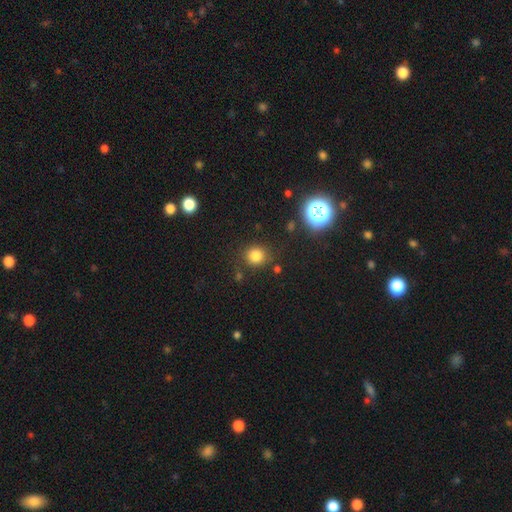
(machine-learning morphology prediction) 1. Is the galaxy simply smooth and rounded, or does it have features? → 79% smooth, 15% star or artifact, 6% featured or disk.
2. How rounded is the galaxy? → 87% round, 12% in between, 1% cigar-shaped.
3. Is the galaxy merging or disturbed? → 83% none, 10% minor disturbance, 4% merger, 4% major disturbance.